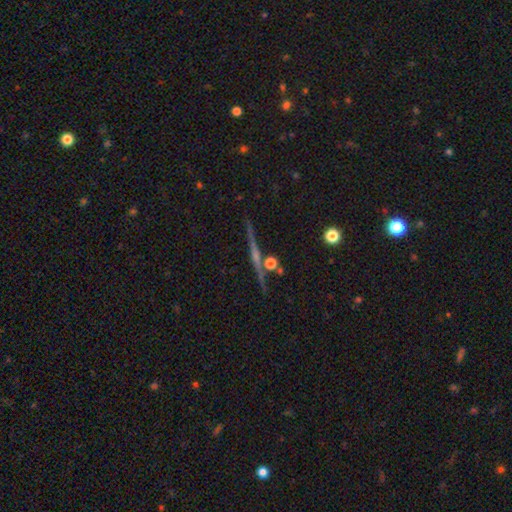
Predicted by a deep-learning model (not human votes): Overall: featured or disk (49%; star or artifact 31%). Merging: none (73%).